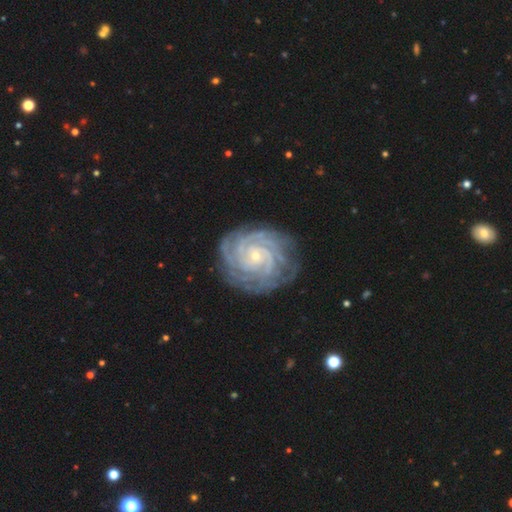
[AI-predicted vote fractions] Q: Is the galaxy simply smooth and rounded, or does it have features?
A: featured or disk — 91%.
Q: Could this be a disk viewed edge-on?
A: no — 98%.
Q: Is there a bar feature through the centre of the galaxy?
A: no — 73%.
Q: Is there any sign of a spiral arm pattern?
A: yes — 98%.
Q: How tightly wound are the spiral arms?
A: tight — 85%.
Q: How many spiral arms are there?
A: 4 — 28%.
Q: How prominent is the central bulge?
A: small — 83%.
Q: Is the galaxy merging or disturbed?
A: none — 81%.